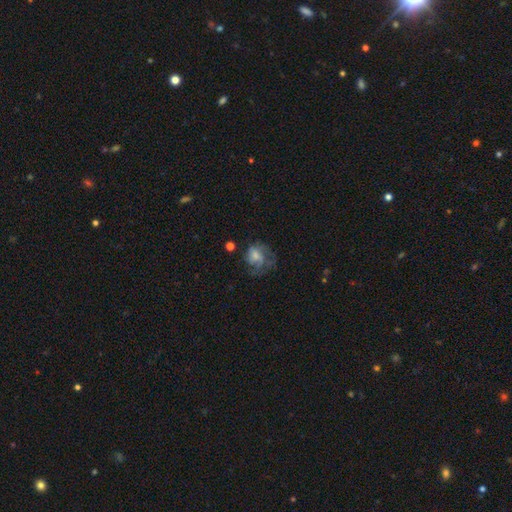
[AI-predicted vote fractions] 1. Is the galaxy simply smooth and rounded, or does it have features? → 45% smooth (tied), 45% featured or disk (tied), 11% star or artifact.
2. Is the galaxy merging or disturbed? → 38% major disturbance, 36% none, 23% minor disturbance, 3% merger.